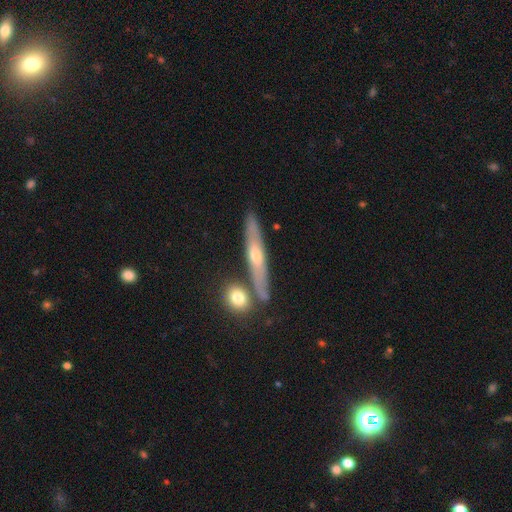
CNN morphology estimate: Smooth or featured: featured or disk — 69% (smooth — 23%)
Edge-on disk: yes — 92% (no — 8%)
Edge-on bulge: rounded — 84% (none — 12%)
Merging: none — 77% (merger — 11%)